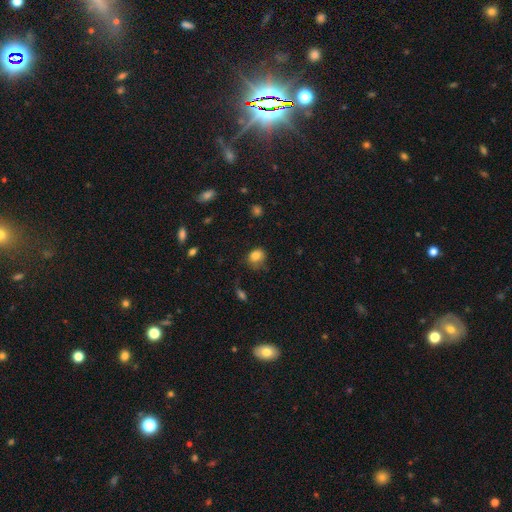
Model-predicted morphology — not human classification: Smooth or featured? smooth (82%)
How rounded? round (59%)
Merging? none (55%)